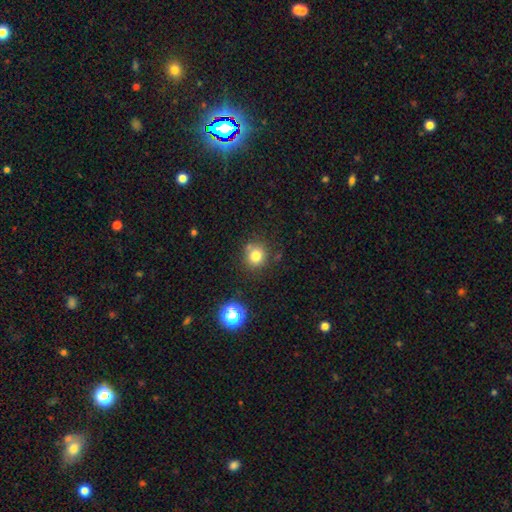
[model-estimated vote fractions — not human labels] smooth 78%, star or artifact 14%, featured or disk 7%. Down the decision tree: how rounded — round (87%); merging — none (77%).